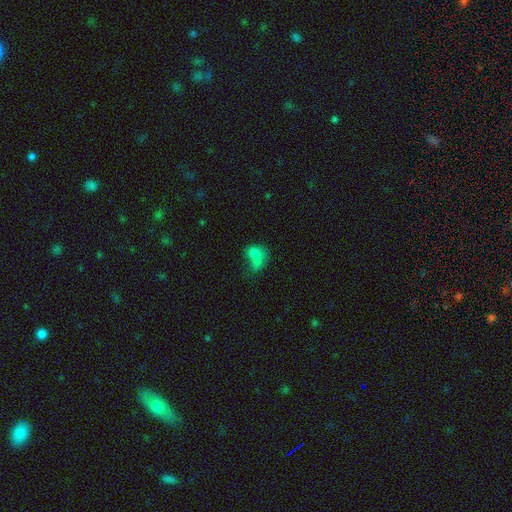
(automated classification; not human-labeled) Q: Smooth or featured?
A: smooth (70%); runner-up: featured or disk (17%)
Q: How rounded?
A: in between (68%); runner-up: round (30%)
Q: Merging?
A: merger (50%); runner-up: none (21%)